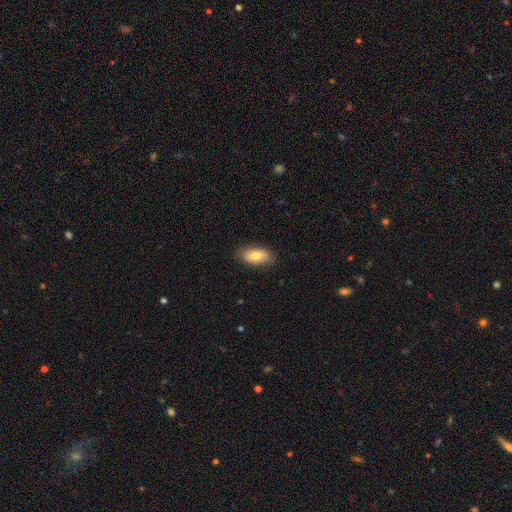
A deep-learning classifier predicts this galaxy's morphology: smooth 76%, featured or disk 17%, star or artifact 7%. Down the decision tree: how rounded — in between (92%); merging — none (84%).